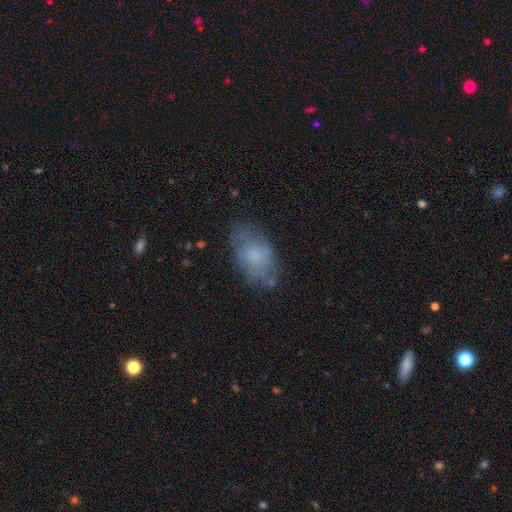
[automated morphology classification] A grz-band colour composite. It shows a smooth galaxy with no disk features (50%). Merging: none (74%).